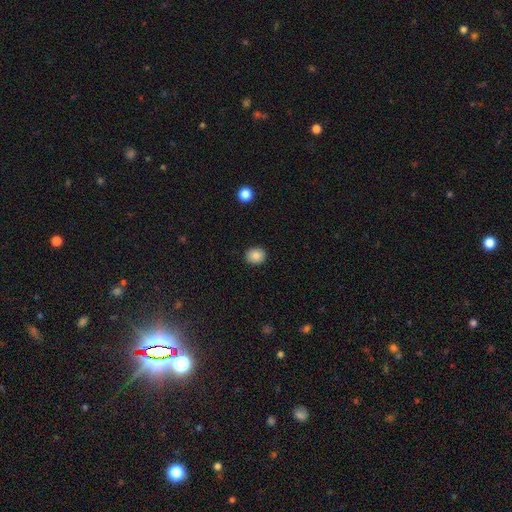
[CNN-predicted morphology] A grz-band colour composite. It shows a smooth galaxy with no disk features (84%) that is round (76%). Merging: none (91%).